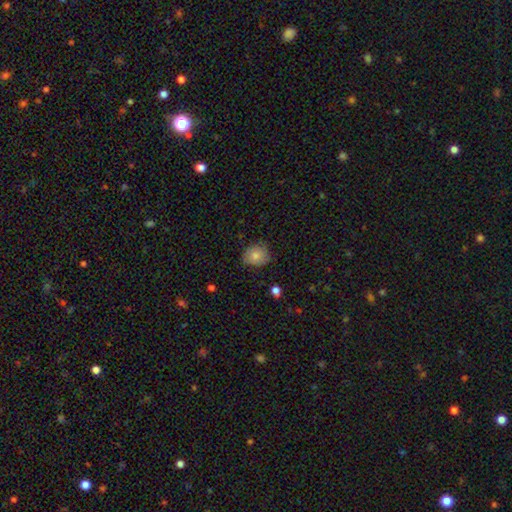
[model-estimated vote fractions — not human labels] Smooth or featured?
  - smooth: 76% *
  - featured or disk: 16%
  - star or artifact: 8%
How rounded?
  - round: 65% *
  - in between: 34%
  - cigar-shaped: 1%
Merging?
  - none: 69% *
  - minor disturbance: 25%
  - major disturbance: 5%
  - merger: 1%